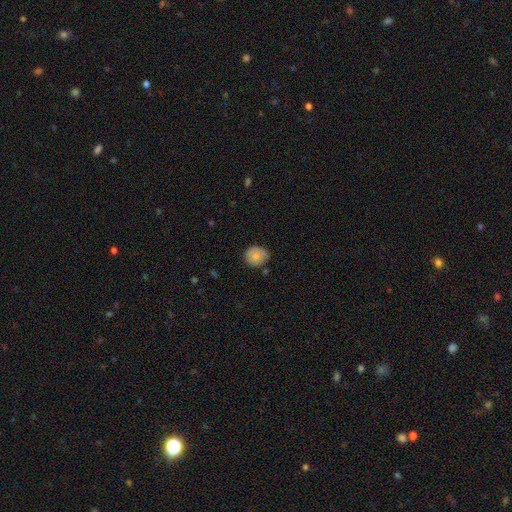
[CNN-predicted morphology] Smooth or featured: smooth — 79% (featured or disk — 13%)
How rounded: round — 77% (in between — 22%)
Merging: none — 70% (minor disturbance — 24%)